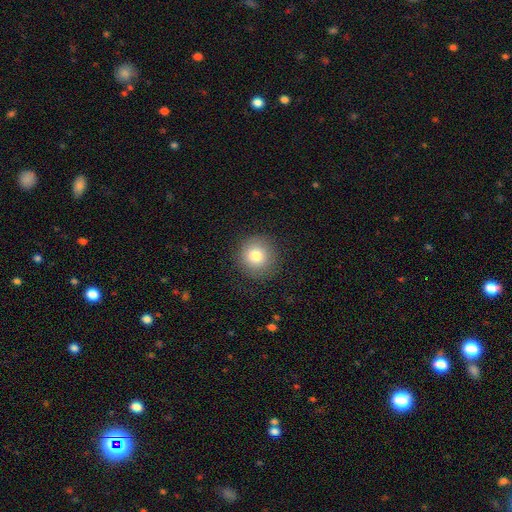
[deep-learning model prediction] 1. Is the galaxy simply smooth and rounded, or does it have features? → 81% smooth, 10% star or artifact, 9% featured or disk.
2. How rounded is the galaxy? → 92% round, 7% in between, 1% cigar-shaped.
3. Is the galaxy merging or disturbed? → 87% none, 9% minor disturbance, 3% major disturbance, 1% merger.